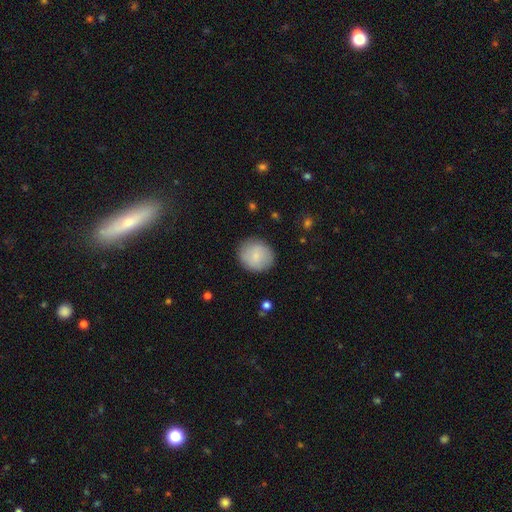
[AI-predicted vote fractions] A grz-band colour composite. It shows a smooth galaxy with no disk features (81%) that is round (81%). Merging: none (86%).